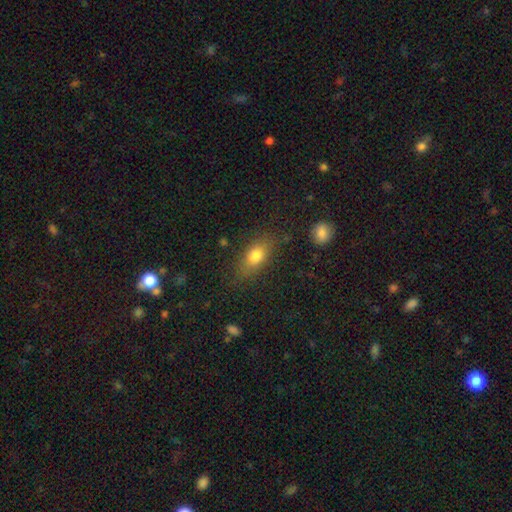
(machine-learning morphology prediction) Q: Smooth or featured?
A: smooth (76%); runner-up: featured or disk (13%)
Q: How rounded?
A: in between (75%); runner-up: round (13%)
Q: Merging?
A: none (78%); runner-up: minor disturbance (15%)